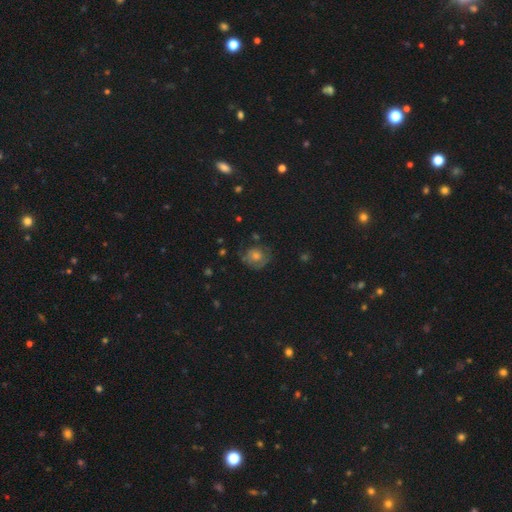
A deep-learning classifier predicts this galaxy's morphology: A smooth galaxy with no disk features (49%).

Vote fractions:
- Smooth or featured? smooth: 49% / featured or disk: 30% / star or artifact: 21%
- Merging? none: 65% / minor disturbance: 22% / major disturbance: 11% / merger: 2%